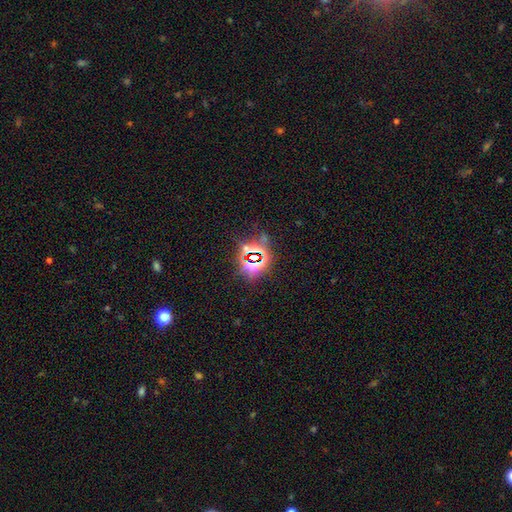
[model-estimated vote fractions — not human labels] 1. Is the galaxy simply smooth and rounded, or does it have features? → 78% star or artifact, 14% smooth, 8% featured or disk.